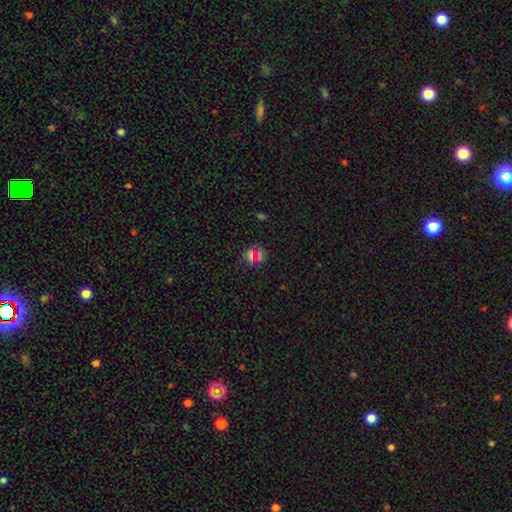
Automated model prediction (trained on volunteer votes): The model was most divided on "smooth or featured": smooth: 56%, star or artifact: 32%, featured or disk: 12%. More confident: how rounded — round (81%); merging — none (73%).